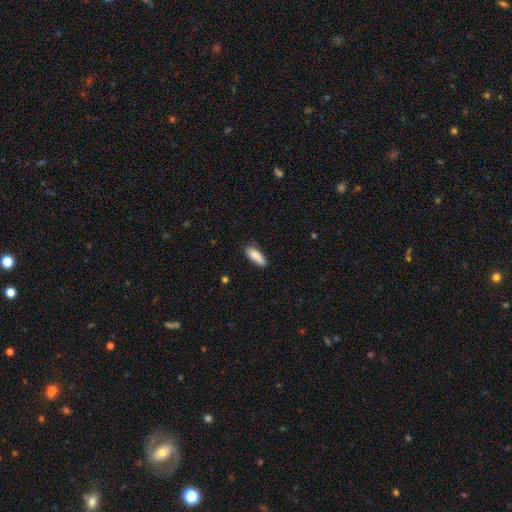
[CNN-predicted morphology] smooth-or-featured: smooth: 84% | featured or disk: 8% | star or artifact: 7%
  how-rounded: in between: 64% | cigar-shaped: 34% | round: 2%
  merging: none: 64% | minor disturbance: 27% | major disturbance: 5% | merger: 3%